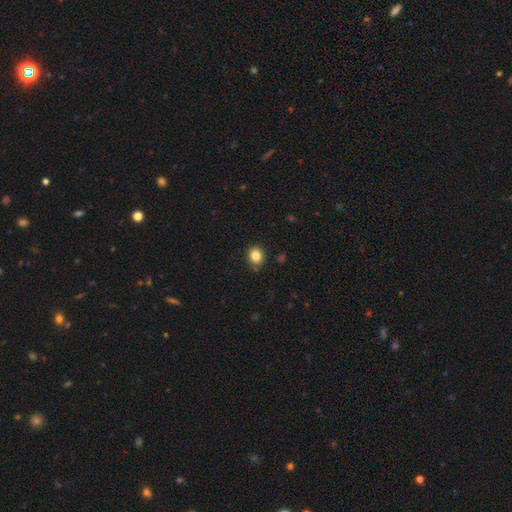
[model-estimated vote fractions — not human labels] Smooth or featured: smooth — 83% (star or artifact — 11%)
How rounded: round — 75% (in between — 24%)
Merging: none — 84% (minor disturbance — 12%)